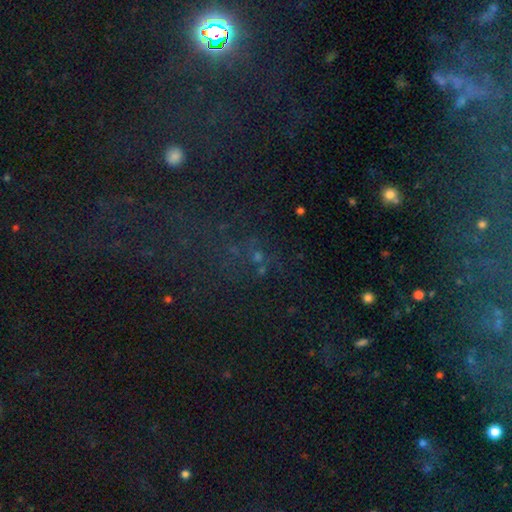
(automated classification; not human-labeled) Smooth or featured?
  - star or artifact: 58% *
  - smooth: 26%
  - featured or disk: 15%